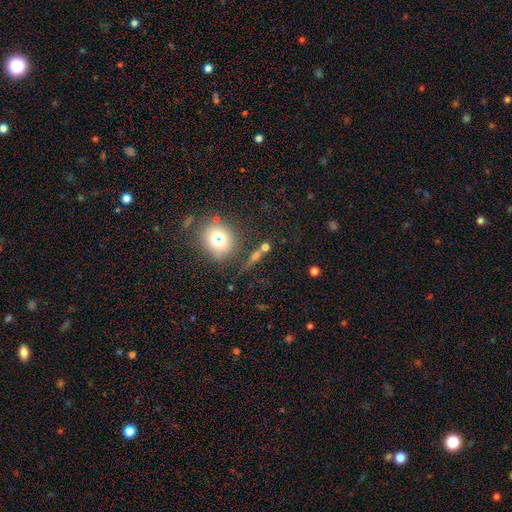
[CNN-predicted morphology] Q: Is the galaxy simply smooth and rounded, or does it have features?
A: smooth — 46%.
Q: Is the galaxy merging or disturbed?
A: none — 69%.